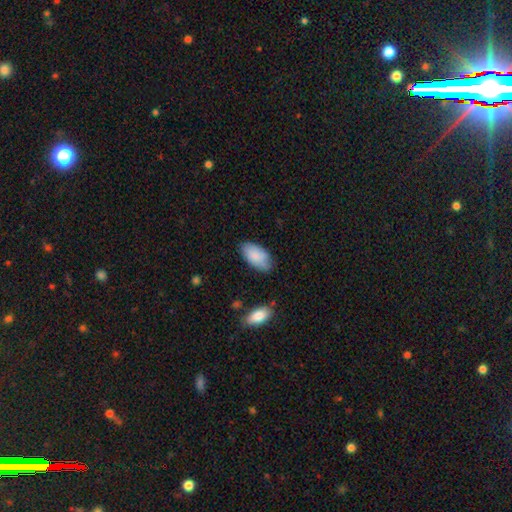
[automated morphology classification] Q: Smooth or featured?
A: smooth (83%); runner-up: featured or disk (11%)
Q: How rounded?
A: in between (95%); runner-up: cigar-shaped (3%)
Q: Merging?
A: none (73%); runner-up: minor disturbance (21%)